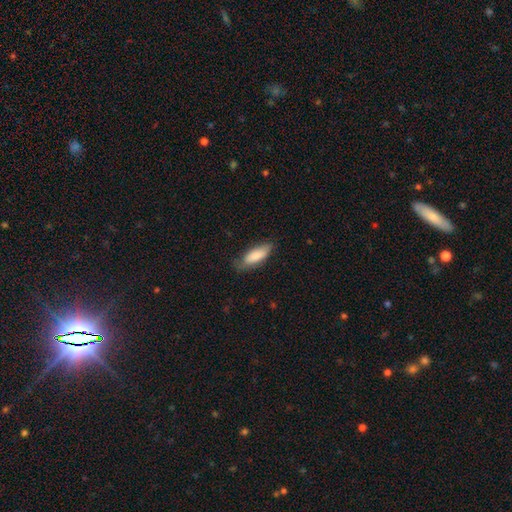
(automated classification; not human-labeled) This is clearly a smooth galaxy (83%). How rounded: likely in between (64%). Merging: likely none (74%).